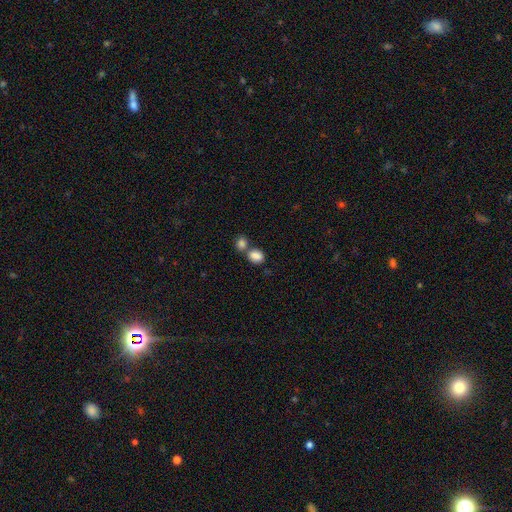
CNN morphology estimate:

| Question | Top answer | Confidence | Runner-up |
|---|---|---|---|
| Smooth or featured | smooth | 85% | star or artifact (9%) |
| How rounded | in between | 60% | round (39%) |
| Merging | merger | 46% | none (41%) |